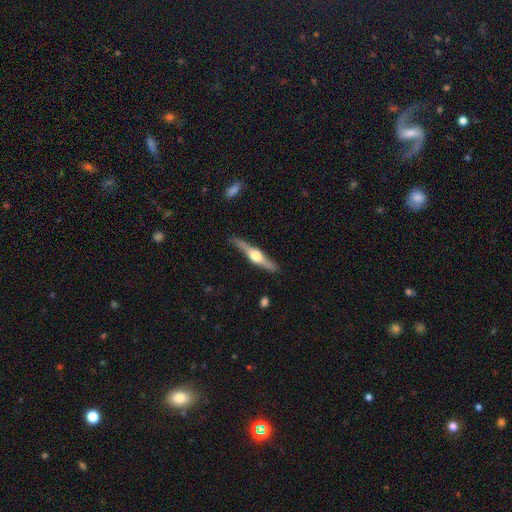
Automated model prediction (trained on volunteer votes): Smooth or featured? featured or disk (77%)
Edge-on disk? yes (97%)
Edge-on bulge? rounded (95%)
Merging? none (86%)